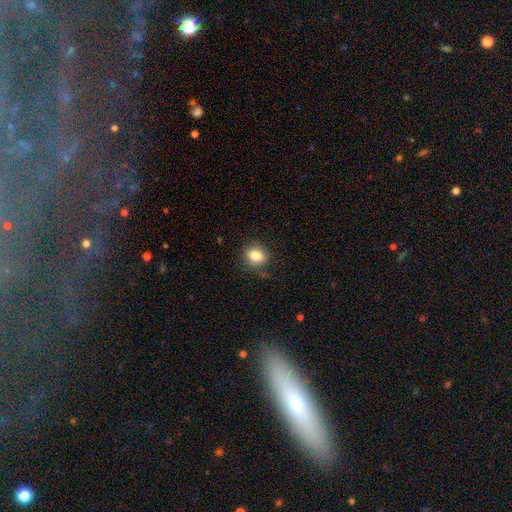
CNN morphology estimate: Q: Smooth or featured?
A: smooth (82%); runner-up: star or artifact (10%)
Q: How rounded?
A: round (70%); runner-up: in between (29%)
Q: Merging?
A: none (80%); runner-up: minor disturbance (15%)